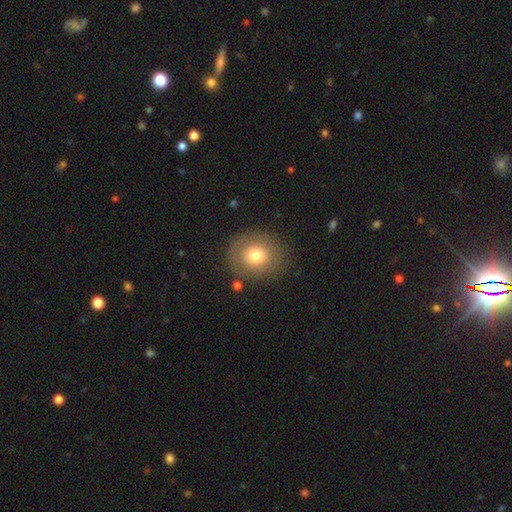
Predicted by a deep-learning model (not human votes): smooth_or_featured: smooth (p=0.73) [alt: featured or disk p=0.17]
how_rounded: round (p=0.79) [alt: in between p=0.20]
merging: none (p=0.83) [alt: minor disturbance p=0.11]